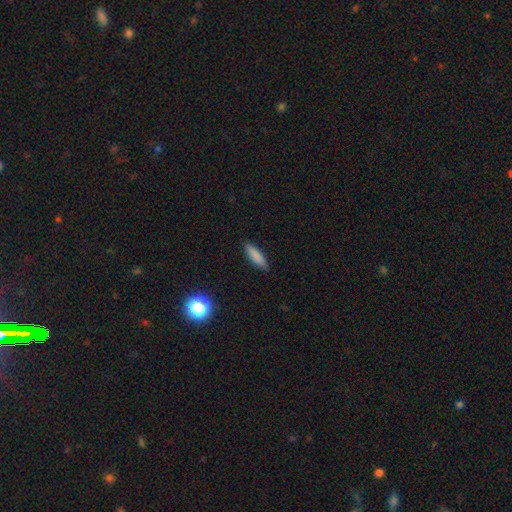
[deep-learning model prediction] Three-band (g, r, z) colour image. It shows a smooth galaxy with no disk features (84%) that is cigar-shaped (62%). Merging: none (88%).